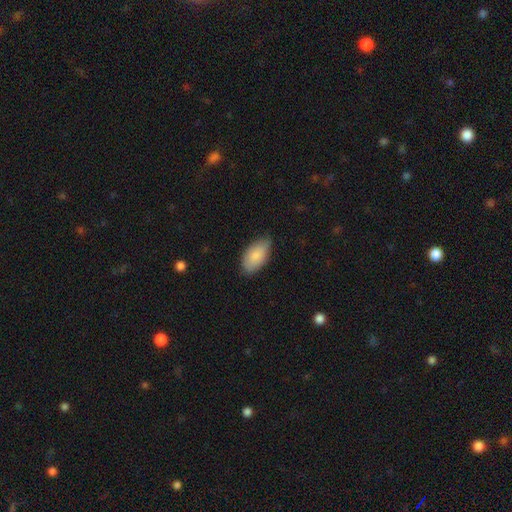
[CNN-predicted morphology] A smooth galaxy with no disk features (83%) that is in between round and cigar-shaped (94%). Merging: none (73%).